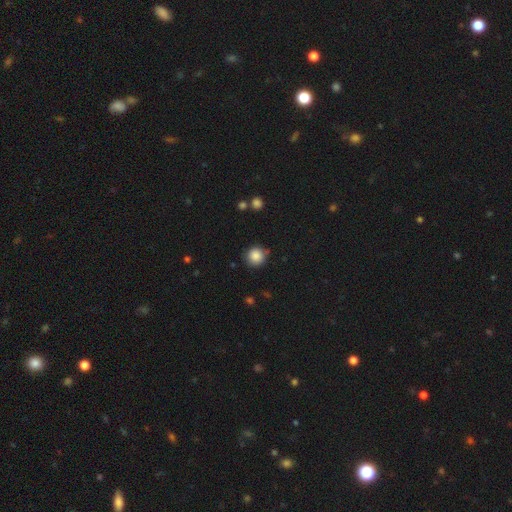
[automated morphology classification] This is clearly a smooth galaxy (86%). How rounded: clearly round (93%). Merging: clearly none (83%).